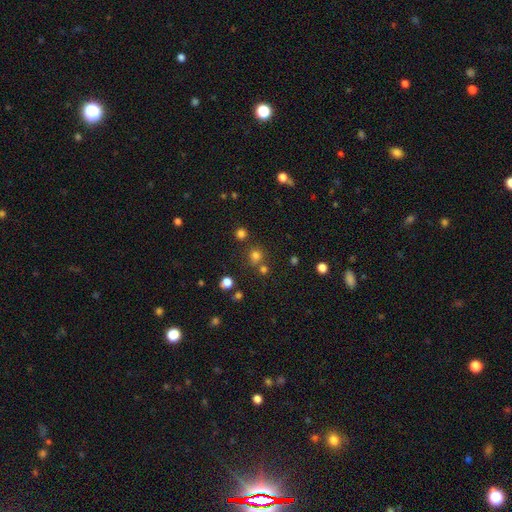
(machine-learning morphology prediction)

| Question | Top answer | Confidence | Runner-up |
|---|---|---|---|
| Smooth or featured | smooth | 71% | star or artifact (22%) |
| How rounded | round | 86% | in between (13%) |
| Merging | none | 70% | merger (18%) |